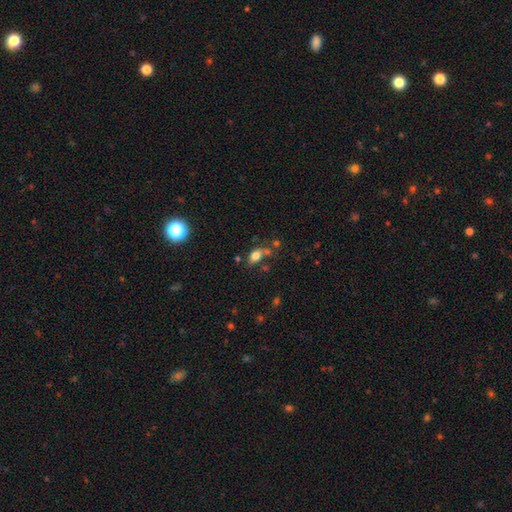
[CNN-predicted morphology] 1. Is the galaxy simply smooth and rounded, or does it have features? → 78% smooth, 12% star or artifact, 10% featured or disk.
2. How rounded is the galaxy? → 81% in between, 16% round, 3% cigar-shaped.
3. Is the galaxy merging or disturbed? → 56% none, 18% merger, 18% minor disturbance, 7% major disturbance.